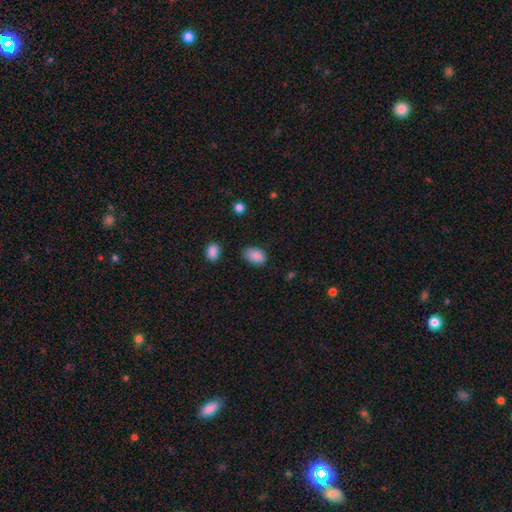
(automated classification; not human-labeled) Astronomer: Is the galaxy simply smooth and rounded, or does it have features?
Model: smooth — 88%.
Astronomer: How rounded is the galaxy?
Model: in between — 87%.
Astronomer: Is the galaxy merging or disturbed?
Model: none — 75%.